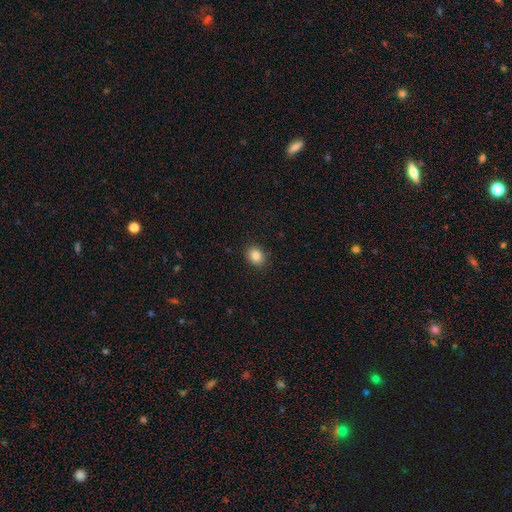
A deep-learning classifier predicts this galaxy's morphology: A smooth galaxy with no disk features (86%) that is round (59%). Merging: none (89%).